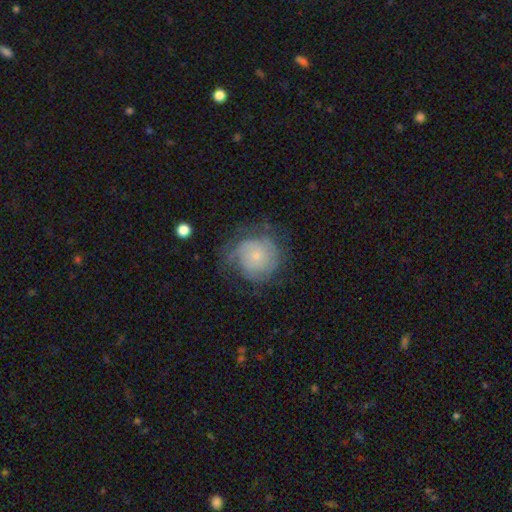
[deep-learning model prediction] smooth_or_featured: featured or disk (p=0.58) [alt: smooth p=0.34]
disk_edge_on: no (p=0.98) [alt: yes p=0.02]
bar: no (p=0.81) [alt: weak p=0.17]
has_spiral_arms: yes (p=0.83) [alt: no p=0.17]
bulge_size: small (p=0.77) [alt: moderate p=0.15]
merging: none (p=0.56) [alt: minor disturbance p=0.24]